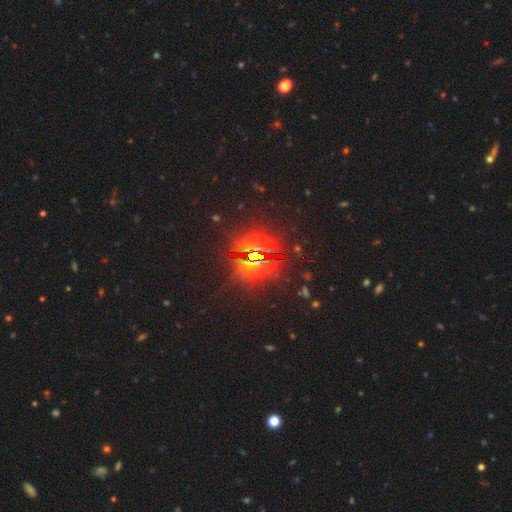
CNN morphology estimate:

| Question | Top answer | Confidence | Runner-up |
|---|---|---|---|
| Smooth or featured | star or artifact | 81% | smooth (11%) |